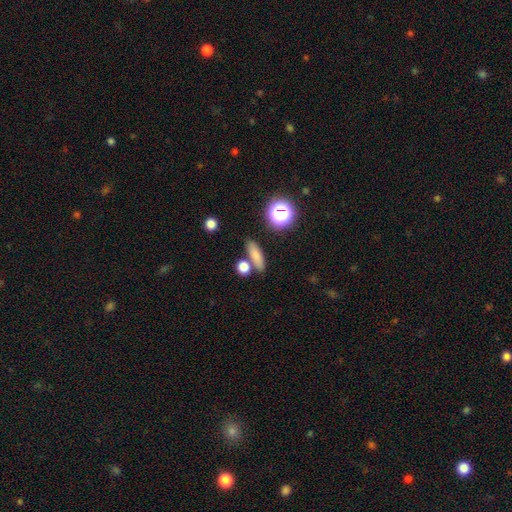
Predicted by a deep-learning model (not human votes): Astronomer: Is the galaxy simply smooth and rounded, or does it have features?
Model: smooth — 77%.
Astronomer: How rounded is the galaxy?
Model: cigar-shaped — 50% (runner-up: in between, 37%).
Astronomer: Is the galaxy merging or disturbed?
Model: none — 74%.